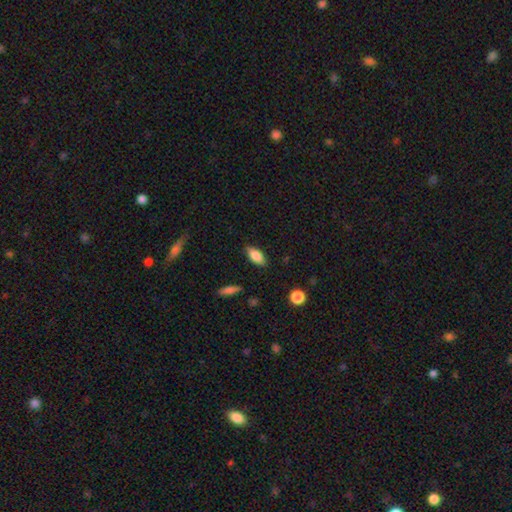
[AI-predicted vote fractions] Smooth or featured? Predicted: smooth (p=0.83). How rounded? Predicted: in between (p=0.86). Merging? Predicted: none (p=0.84).